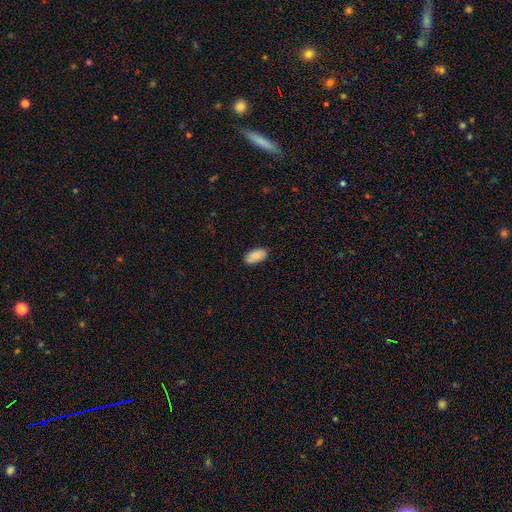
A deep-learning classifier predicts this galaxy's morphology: smooth-or-featured: smooth: 88% | star or artifact: 6% | featured or disk: 5%
  how-rounded: in between: 94% | cigar-shaped: 3% | round: 3%
  merging: none: 86% | minor disturbance: 11% | major disturbance: 2% | merger: 1%